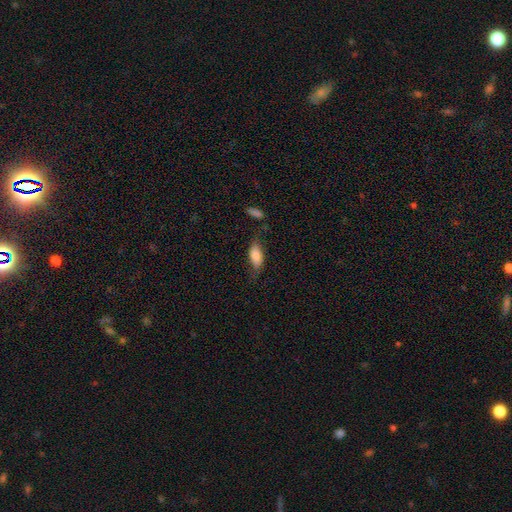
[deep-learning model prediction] Overall: smooth (78%). How rounded: in between (84%). Merging: none (55%; minor disturbance 27%).